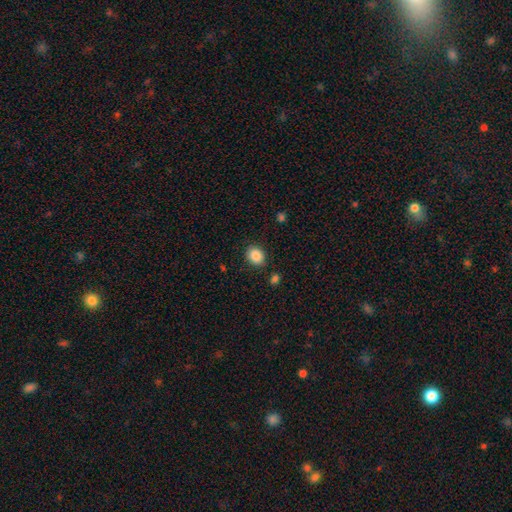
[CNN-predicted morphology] smooth-or-featured: smooth: 88% | star or artifact: 8% | featured or disk: 4%
  how-rounded: round: 51% | in between: 48% | cigar-shaped: 1%
  merging: none: 86% | minor disturbance: 9% | major disturbance: 3% | merger: 2%